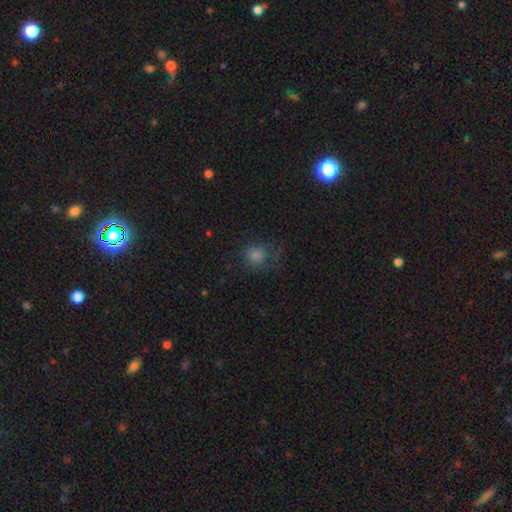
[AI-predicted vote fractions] Overall: smooth (70%). How rounded: round (81%). Merging: none (60%; minor disturbance 21%).